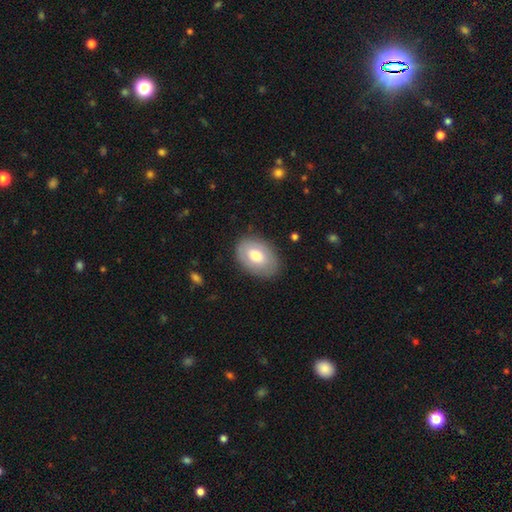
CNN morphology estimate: type=smooth (64%); roundness=in between (83%); merging=none (83%).